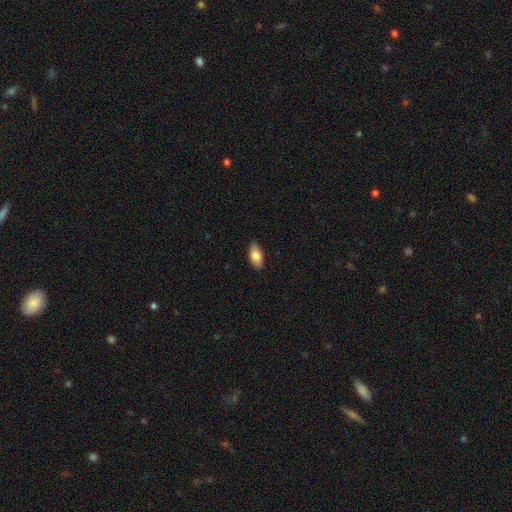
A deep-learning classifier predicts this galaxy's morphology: The model was most divided on "smooth or featured": smooth: 84%, featured or disk: 10%, star or artifact: 6%. More confident: how rounded — in between (89%); merging — none (87%).